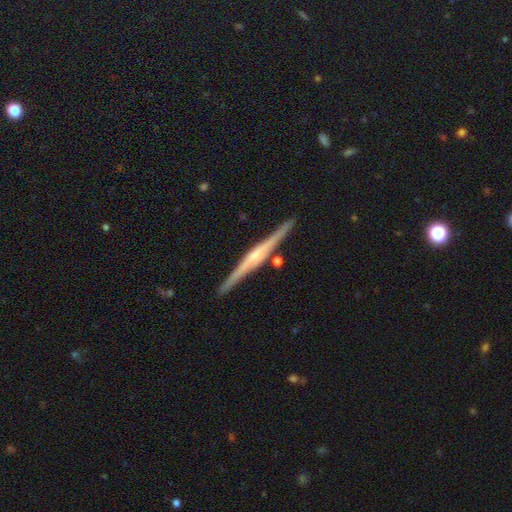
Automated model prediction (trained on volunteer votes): smooth-or-featured: featured or disk: 81% | smooth: 13% | star or artifact: 5%
  disk-edge-on: yes: 98% | no: 2%
    edge-on-bulge: rounded: 62% | boxy: 22% | none: 16%
  merging: none: 89% | minor disturbance: 7% | merger: 3% | major disturbance: 1%